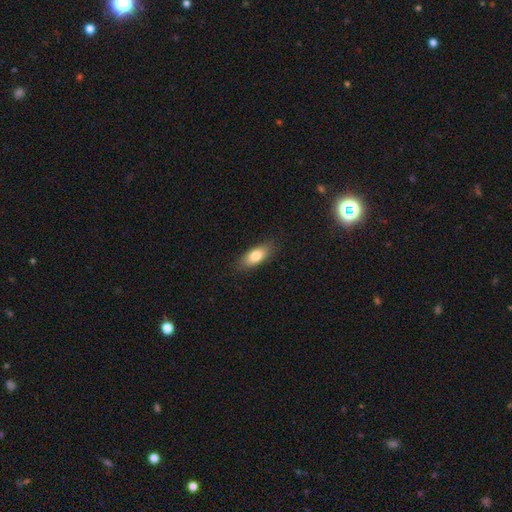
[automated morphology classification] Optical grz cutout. It shows a smooth galaxy with no disk features (78%) that is in between round and cigar-shaped (79%). Merging: none (84%).